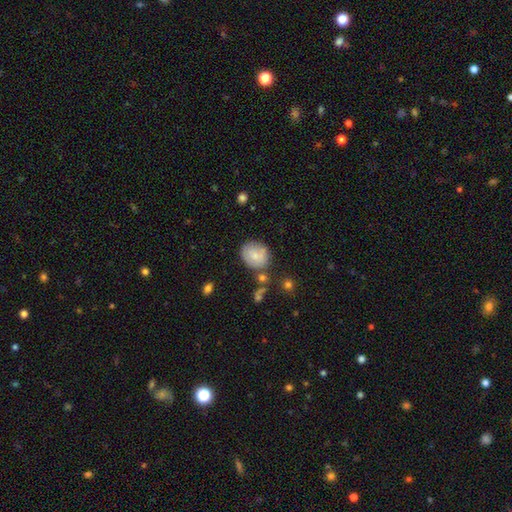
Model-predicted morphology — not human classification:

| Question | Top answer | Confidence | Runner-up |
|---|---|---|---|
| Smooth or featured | smooth | 75% | featured or disk (17%) |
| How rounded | round | 63% | in between (36%) |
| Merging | none | 66% | minor disturbance (20%) |